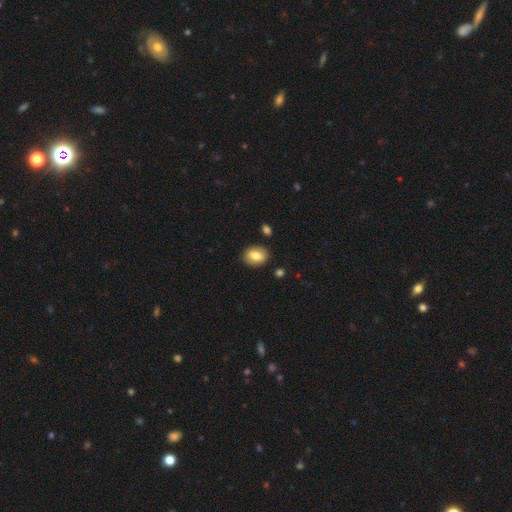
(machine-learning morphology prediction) smooth 78%, featured or disk 15%, star or artifact 8%. Down the decision tree: how rounded — in between (65%); merging — none (86%).